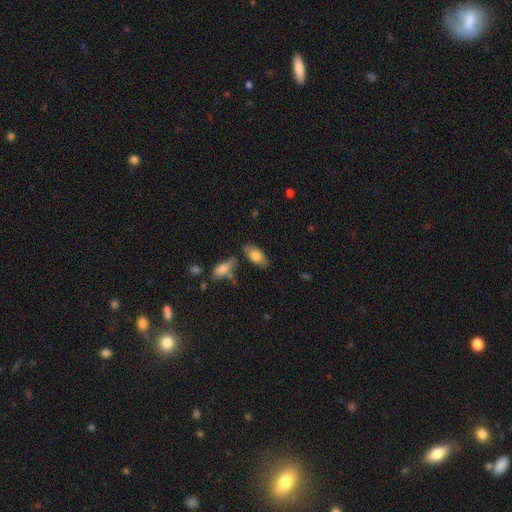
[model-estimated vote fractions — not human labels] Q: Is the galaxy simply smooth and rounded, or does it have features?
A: smooth — 77%.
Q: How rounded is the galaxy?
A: in between — 87%.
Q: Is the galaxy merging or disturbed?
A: none — 73%.